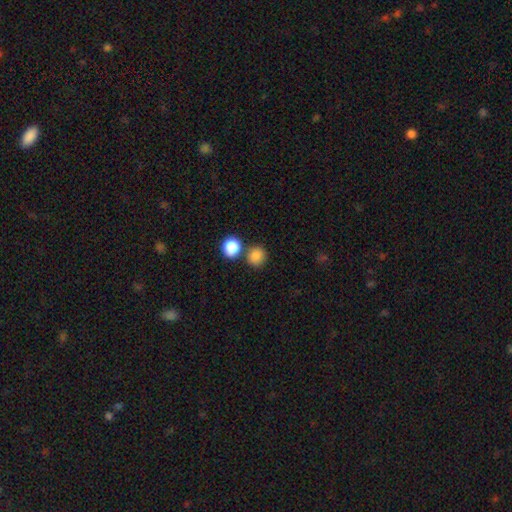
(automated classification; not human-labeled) Overall: smooth (85%). How rounded: round (87%). Merging: none (69%).